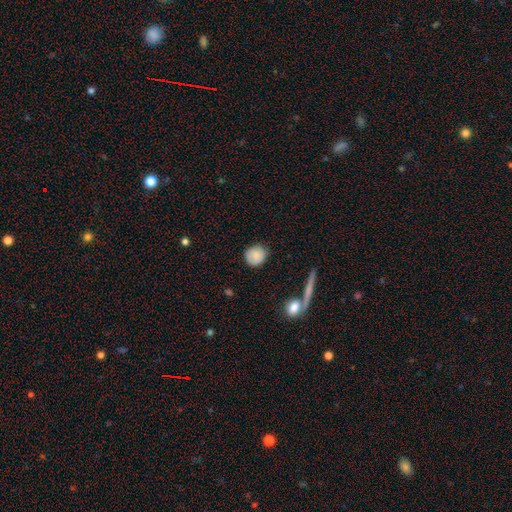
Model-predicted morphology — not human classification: A smooth galaxy with no disk features (82%) that is round (85%). Merging: none (82%).